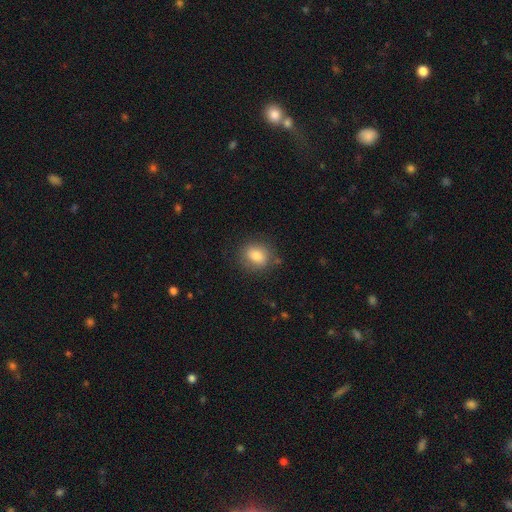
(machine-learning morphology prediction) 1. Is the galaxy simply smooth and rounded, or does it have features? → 80% smooth, 11% featured or disk, 9% star or artifact.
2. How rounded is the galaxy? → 60% round, 39% in between, 1% cigar-shaped.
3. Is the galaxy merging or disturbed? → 80% none, 13% minor disturbance, 4% major disturbance, 2% merger.